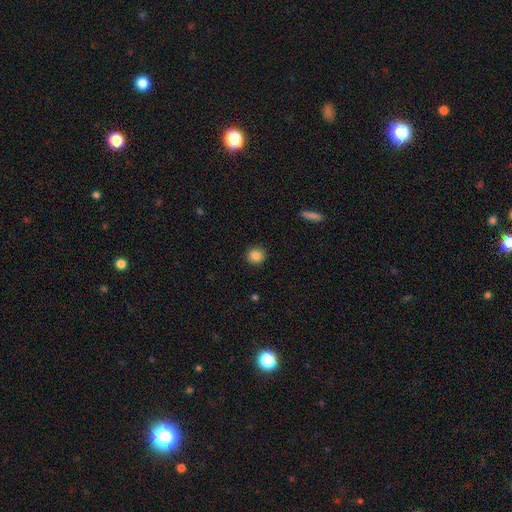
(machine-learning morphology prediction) Smooth or featured? smooth (85%)
How rounded? round (91%)
Merging? none (91%)